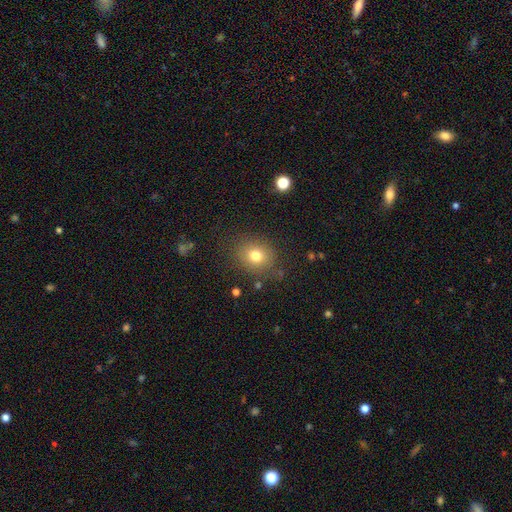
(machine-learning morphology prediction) Q: Smooth or featured?
A: smooth (76%); runner-up: star or artifact (14%)
Q: How rounded?
A: round (72%); runner-up: in between (28%)
Q: Merging?
A: none (82%); runner-up: minor disturbance (12%)